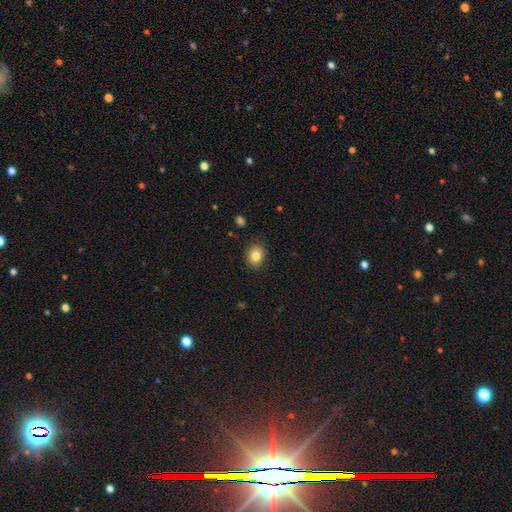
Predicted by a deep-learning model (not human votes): Morphology: type=smooth (83%); roundness=round (55%); merging=none (88%).